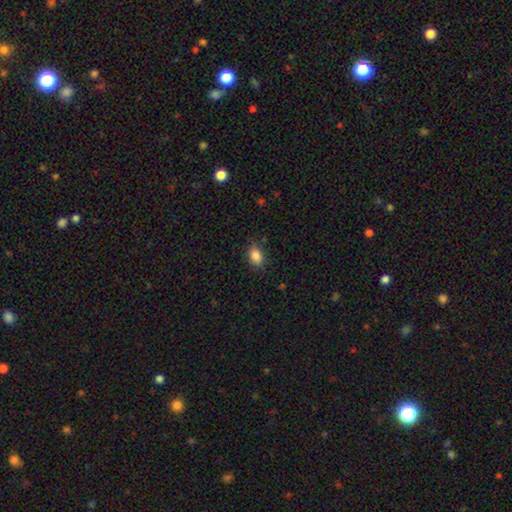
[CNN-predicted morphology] The model was most divided on "merging": none: 82%, minor disturbance: 14%, major disturbance: 3%, merger: 1%. More confident: smooth or featured — smooth (86%); how rounded — in between (84%).